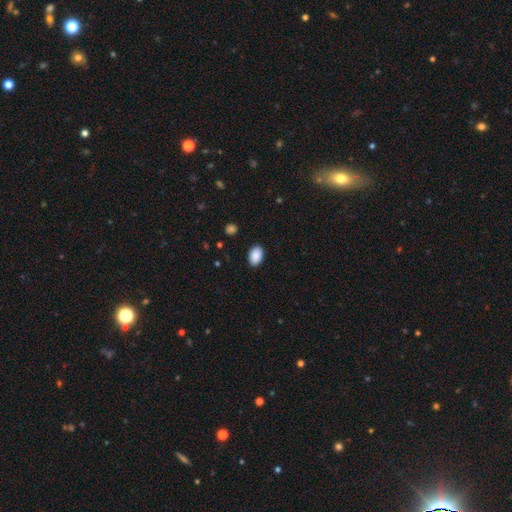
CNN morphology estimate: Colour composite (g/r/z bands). It shows a smooth galaxy with no disk features (90%) that is in between round and cigar-shaped (89%). Merging: none (89%).